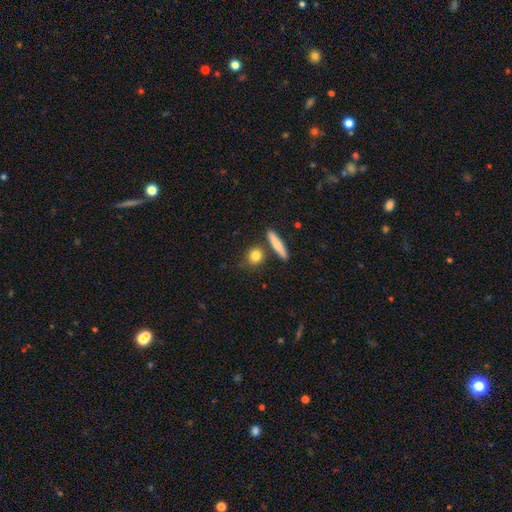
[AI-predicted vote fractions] Smooth or featured?
  - smooth: 82% *
  - featured or disk: 10%
  - star or artifact: 7%
How rounded?
  - round: 66% *
  - in between: 21%
  - cigar-shaped: 13%
Merging?
  - none: 75% *
  - minor disturbance: 11%
  - merger: 11%
  - major disturbance: 3%